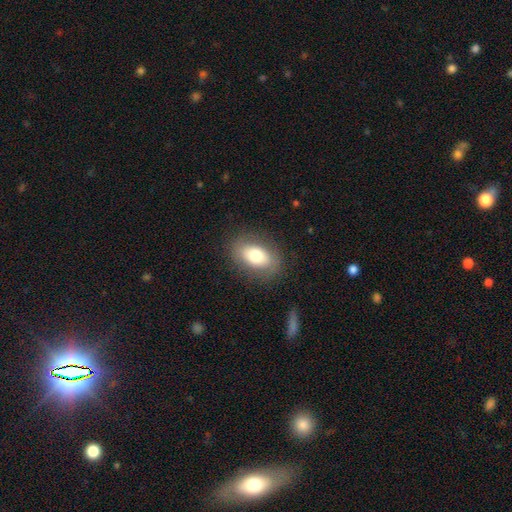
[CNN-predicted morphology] smooth-or-featured: smooth: 71% | featured or disk: 21% | star or artifact: 8%
  how-rounded: in between: 86% | round: 12% | cigar-shaped: 2%
  merging: none: 84% | minor disturbance: 11% | major disturbance: 4% | merger: 1%